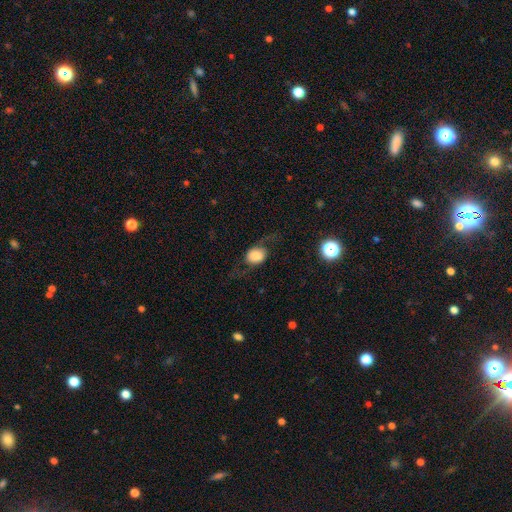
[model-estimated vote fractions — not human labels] smooth-or-featured: smooth: 58% | featured or disk: 32% | star or artifact: 10%
  how-rounded: round: 55% | in between: 44% | cigar-shaped: 2%
  merging: none: 59% | major disturbance: 20% | minor disturbance: 19% | merger: 2%